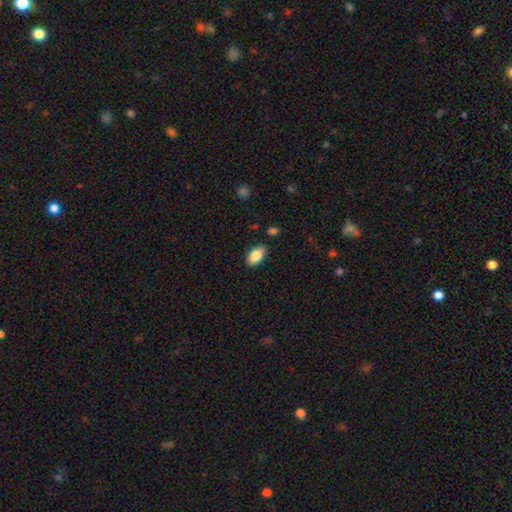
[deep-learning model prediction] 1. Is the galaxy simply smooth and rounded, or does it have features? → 87% smooth, 7% star or artifact, 6% featured or disk.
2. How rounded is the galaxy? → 93% in between, 5% round, 2% cigar-shaped.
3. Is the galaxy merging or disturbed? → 78% none, 17% minor disturbance, 3% major disturbance, 3% merger.